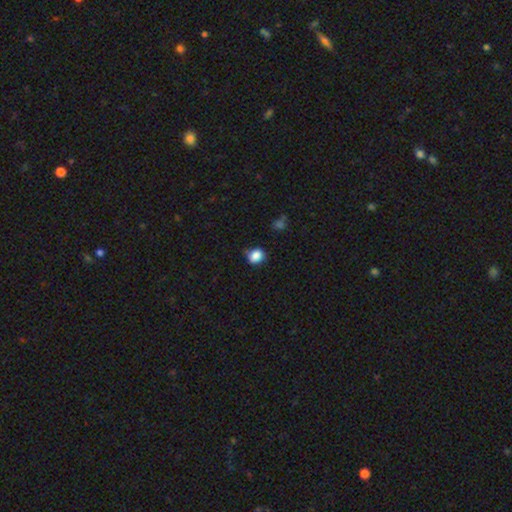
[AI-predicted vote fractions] A smooth galaxy with no disk features (86%) that is round (60%). Merging: none (72%).